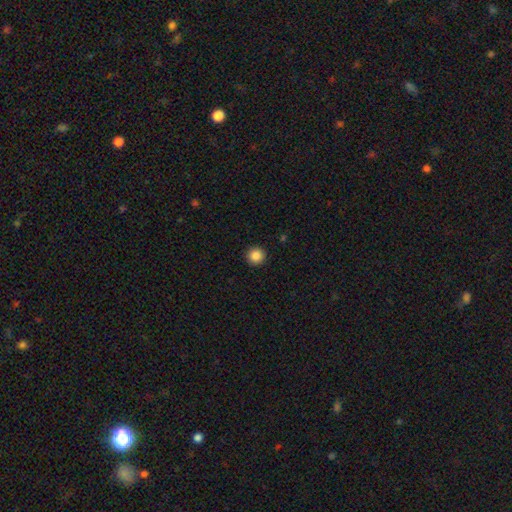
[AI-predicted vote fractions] This appears to be a smooth galaxy with no disk features (86%) that is round (95%). Merging: none (93%).